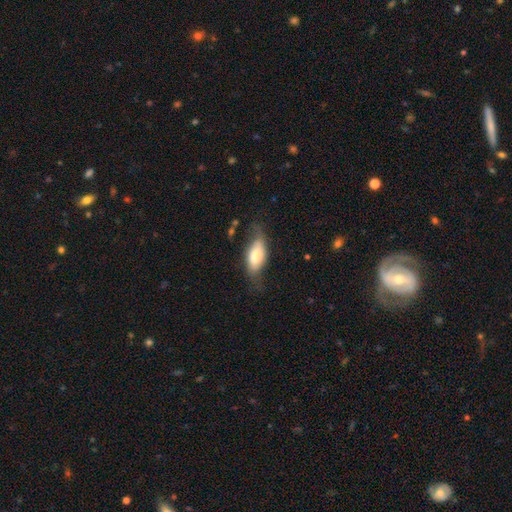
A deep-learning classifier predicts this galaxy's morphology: Q: Smooth or featured?
A: smooth (66%); runner-up: featured or disk (27%)
Q: How rounded?
A: in between (83%); runner-up: cigar-shaped (14%)
Q: Merging?
A: none (47%); runner-up: minor disturbance (32%)